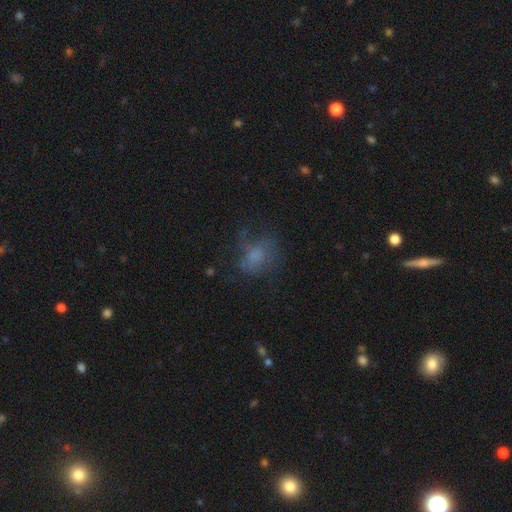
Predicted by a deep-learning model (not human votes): smooth_or_featured: smooth (p=0.57) [alt: featured or disk p=0.26]
how_rounded: in between (p=0.51) [alt: round p=0.47]
merging: none (p=0.50) [alt: major disturbance p=0.25]